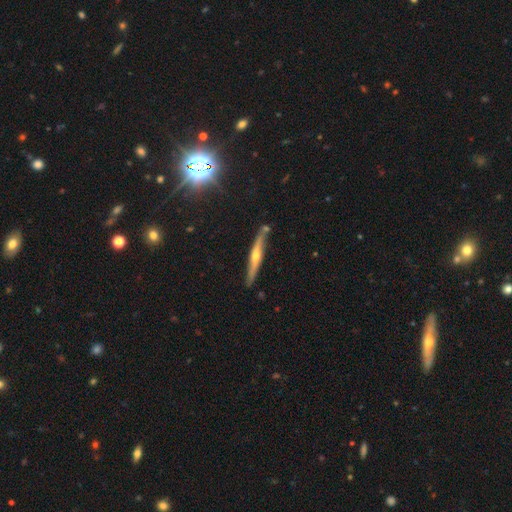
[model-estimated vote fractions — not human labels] smooth-or-featured: featured or disk: 69% | smooth: 23% | star or artifact: 7%
  disk-edge-on: yes: 95% | no: 5%
    edge-on-bulge: rounded: 84% | none: 12% | boxy: 5%
  merging: none: 81% | minor disturbance: 13% | merger: 4% | major disturbance: 2%